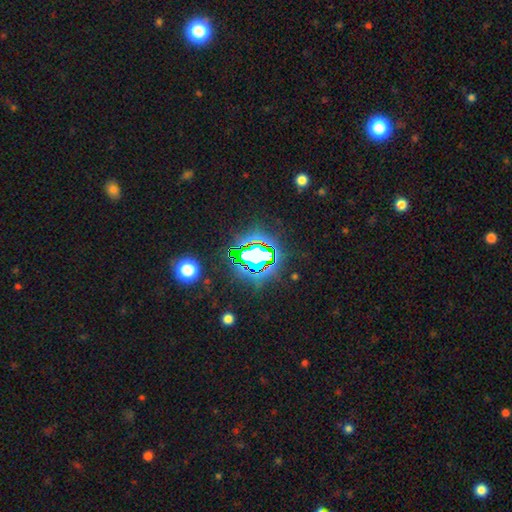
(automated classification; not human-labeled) This is likely a star or artifact rather than a galaxy (76%).